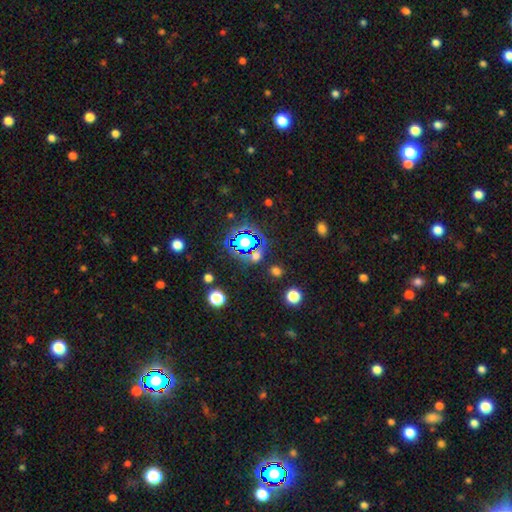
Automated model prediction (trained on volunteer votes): Overall: star or artifact (52%; smooth 39%).